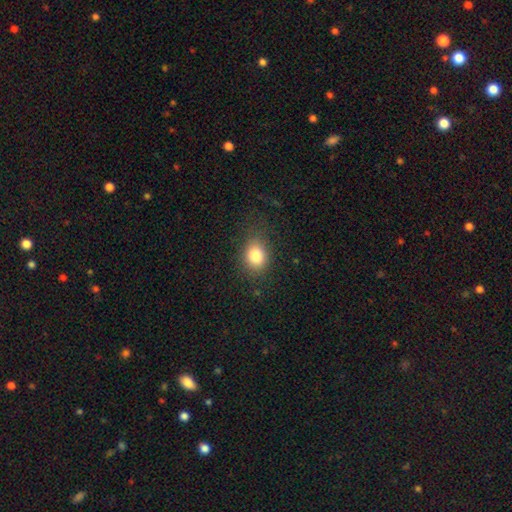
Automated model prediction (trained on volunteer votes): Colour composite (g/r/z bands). It shows a smooth galaxy with no disk features (83%) that is in between round and cigar-shaped (55%). Merging: none (76%).